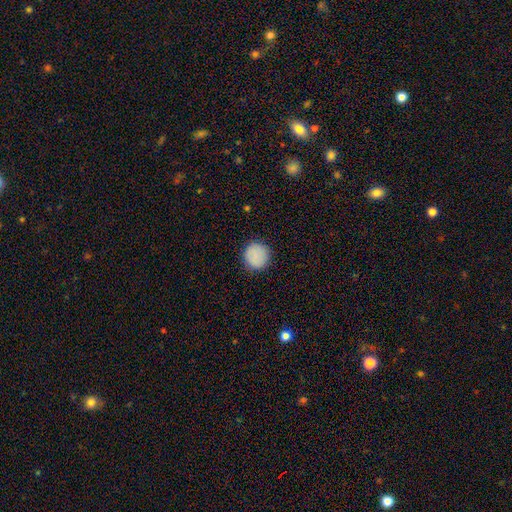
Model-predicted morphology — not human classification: The model was most divided on "smooth or featured": smooth: 88%, star or artifact: 8%, featured or disk: 4%. More confident: how rounded — round (93%); merging — none (88%).